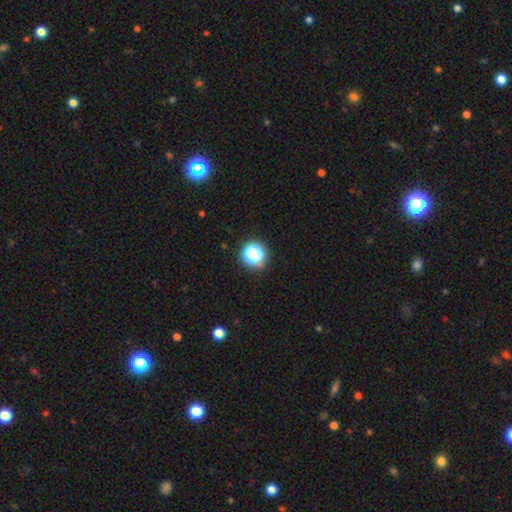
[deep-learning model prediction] The model was most divided on "smooth or featured": smooth: 61%, star or artifact: 31%, featured or disk: 8%. More confident: how rounded — round (89%); merging — none (81%).